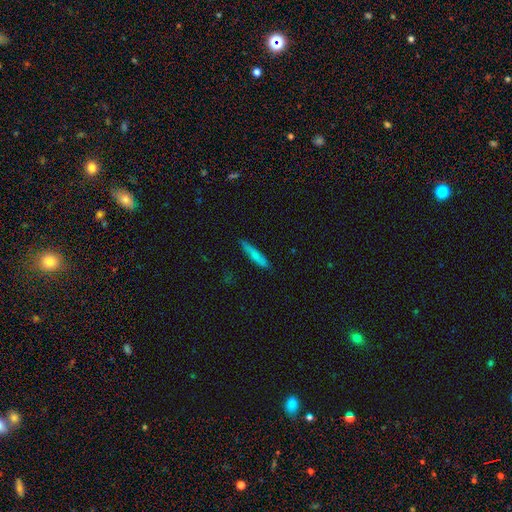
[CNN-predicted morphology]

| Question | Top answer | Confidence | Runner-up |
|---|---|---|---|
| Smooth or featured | smooth | 72% | featured or disk (21%) |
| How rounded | cigar-shaped | 90% | in between (9%) |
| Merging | none | 83% | minor disturbance (13%) |